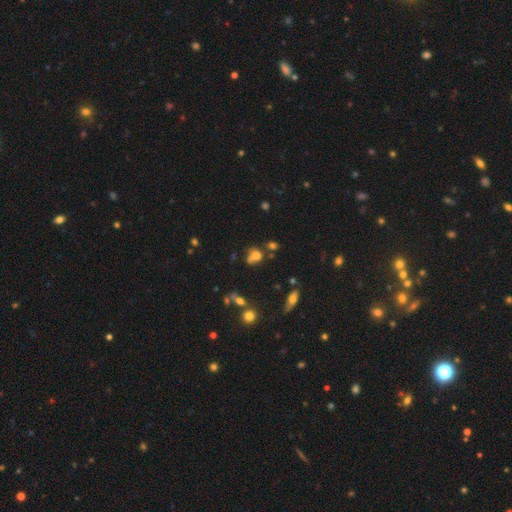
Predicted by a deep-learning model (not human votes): The model was most divided on "how rounded": round: 50%, in between: 47%, cigar-shaped: 3%. Remaining: smooth or featured — smooth (61%); merging — none (37%).